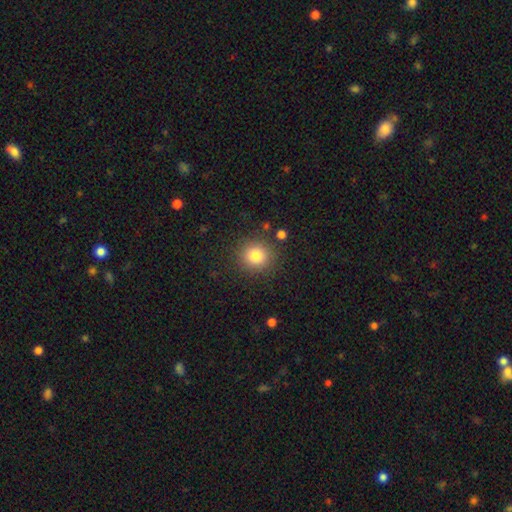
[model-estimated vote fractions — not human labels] smooth 81%, star or artifact 11%, featured or disk 7%. Down the decision tree: how rounded — round (89%); merging — none (86%).